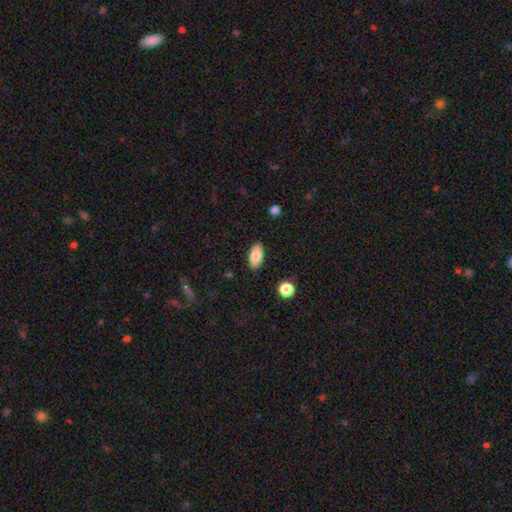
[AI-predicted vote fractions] smooth 83%, featured or disk 10%, star or artifact 7%. Down the decision tree: how rounded — in between (92%); merging — none (88%).